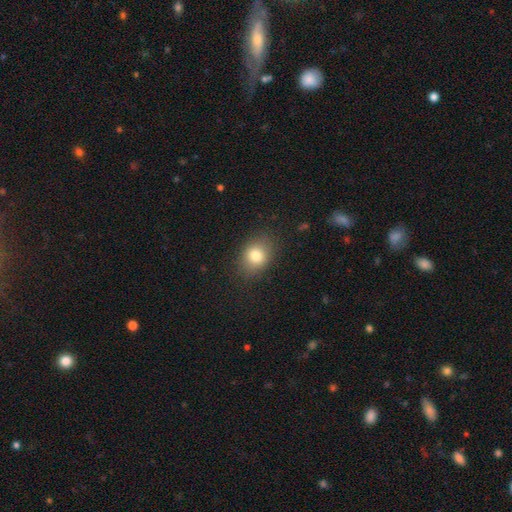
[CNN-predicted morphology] This appears to be a smooth galaxy with no disk features (80%) that is in between round and cigar-shaped (53%). Merging: none (83%).